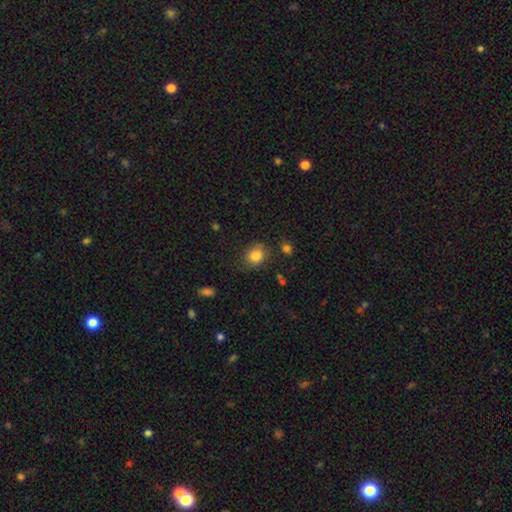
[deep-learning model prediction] Overall: smooth (83%). How rounded: round (60%; in between 39%). Merging: none (76%).